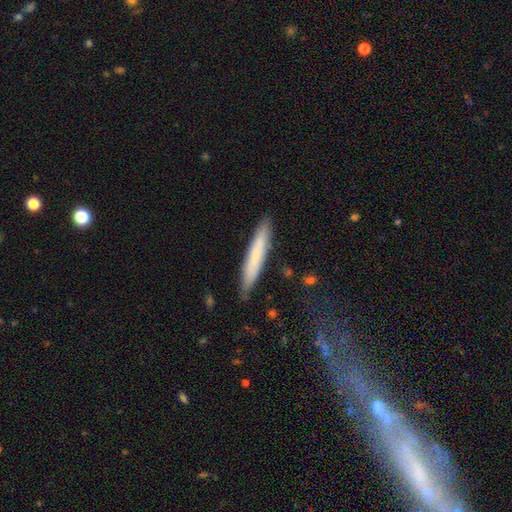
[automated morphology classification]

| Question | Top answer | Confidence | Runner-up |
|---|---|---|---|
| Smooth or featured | smooth | 66% | featured or disk (28%) |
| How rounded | cigar-shaped | 93% | in between (5%) |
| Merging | none | 86% | minor disturbance (10%) |